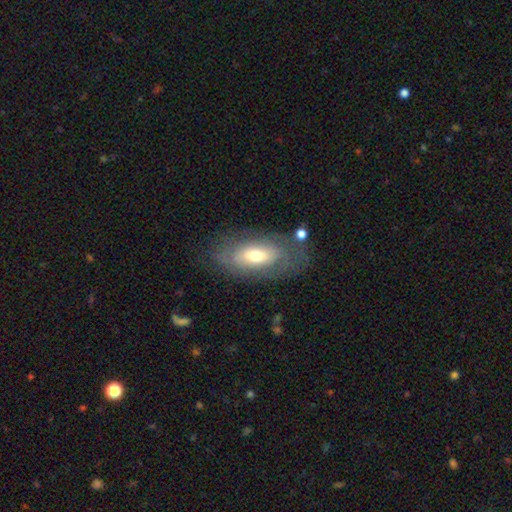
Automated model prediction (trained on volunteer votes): smooth 47%, featured or disk 46%, star or artifact 7%. Down the decision tree: merging — none (67%).